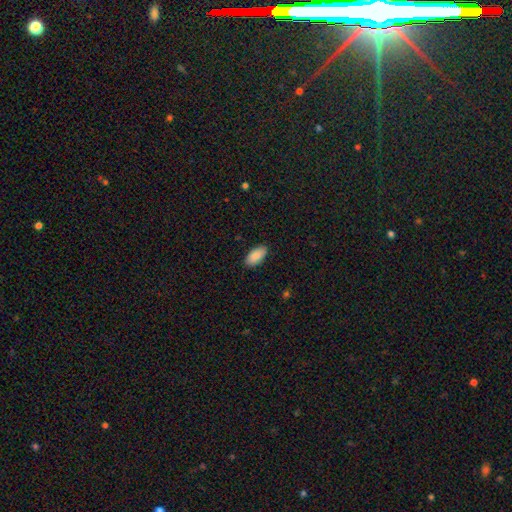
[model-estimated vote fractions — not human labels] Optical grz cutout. It shows a smooth galaxy with no disk features (90%) that is in between round and cigar-shaped (93%). Merging: none (88%).